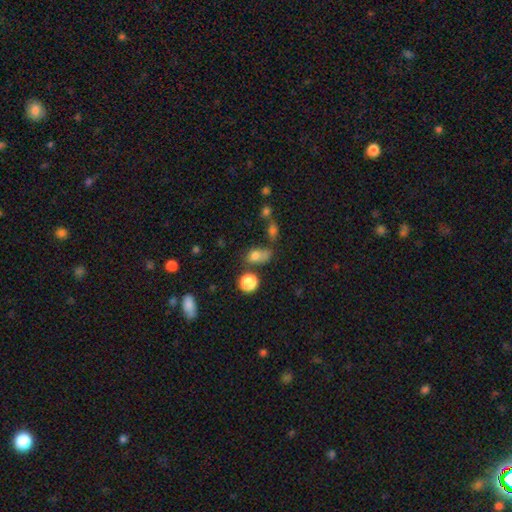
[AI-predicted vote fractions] Q: Smooth or featured?
A: smooth (74%); runner-up: star or artifact (16%)
Q: How rounded?
A: in between (58%); runner-up: round (39%)
Q: Merging?
A: none (46%); runner-up: merger (21%)